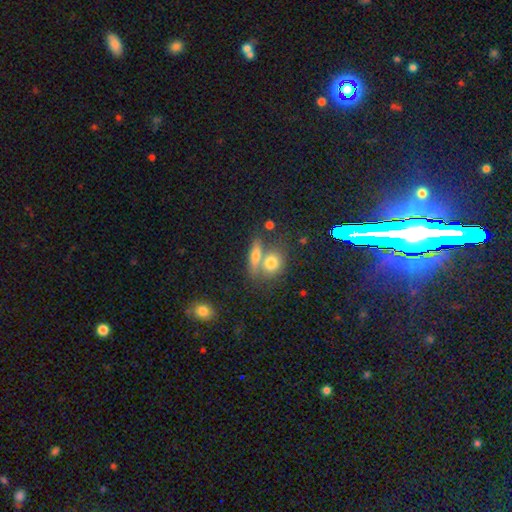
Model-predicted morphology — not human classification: A smooth galaxy with no disk features (66%) that is in between round and cigar-shaped (44%).

Vote fractions:
- Smooth or featured? smooth: 66% / featured or disk: 24% / star or artifact: 11%
- How rounded? in between: 44% / cigar-shaped: 30% / round: 26%
- Merging? none: 49% / merger: 37% / minor disturbance: 10% / major disturbance: 5%